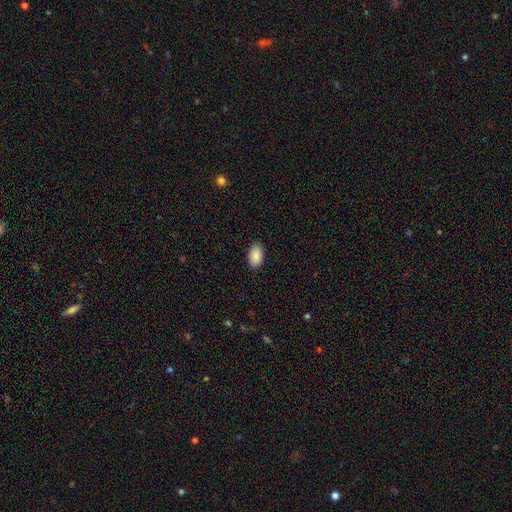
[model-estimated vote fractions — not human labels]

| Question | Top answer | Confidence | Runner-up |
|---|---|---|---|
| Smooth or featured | smooth | 90% | star or artifact (7%) |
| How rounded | in between | 94% | round (5%) |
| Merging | none | 89% | minor disturbance (8%) |